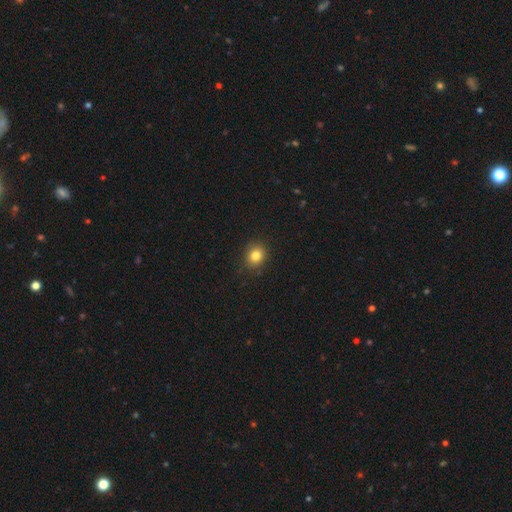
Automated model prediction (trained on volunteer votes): Q: Smooth or featured?
A: smooth (82%); runner-up: star or artifact (12%)
Q: How rounded?
A: round (71%); runner-up: in between (28%)
Q: Merging?
A: none (86%); runner-up: minor disturbance (10%)